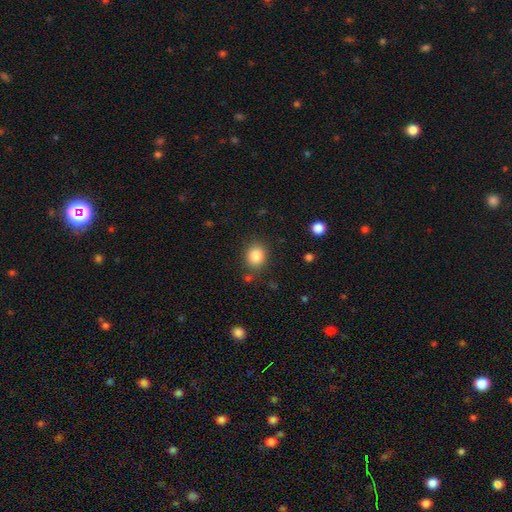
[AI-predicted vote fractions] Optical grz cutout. It shows a smooth galaxy with no disk features (85%) that is round (72%). Merging: none (83%).